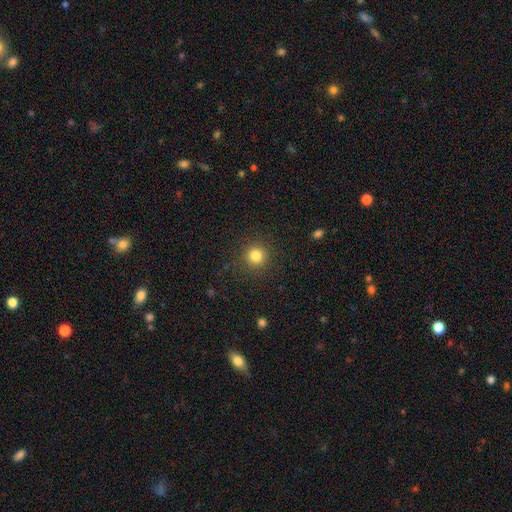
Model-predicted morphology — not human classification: A smooth galaxy with no disk features (82%) that is round (93%). Merging: none (90%).